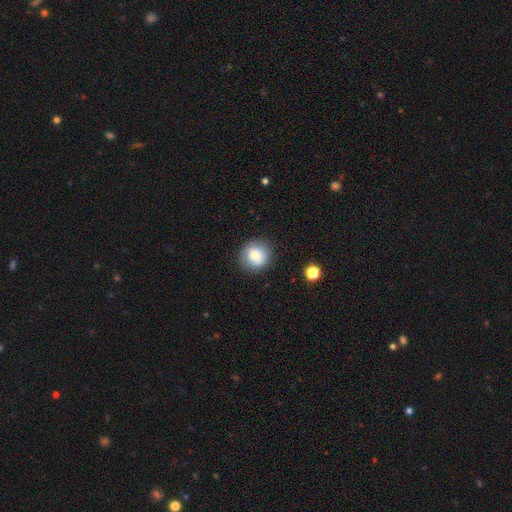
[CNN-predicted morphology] A smooth galaxy with no disk features (77%) that is round (88%). Merging: none (84%).